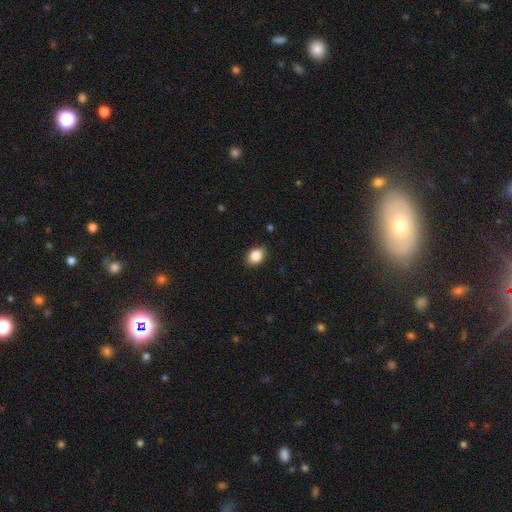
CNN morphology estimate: Smooth or featured? Predicted: smooth (p=0.86). How rounded? Predicted: in between (p=0.72). Merging? Predicted: none (p=0.85).